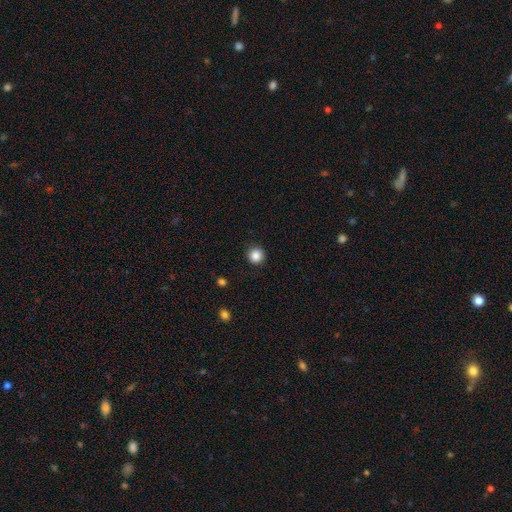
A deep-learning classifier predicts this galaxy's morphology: type=smooth (87%); roundness=round (94%); merging=none (91%).